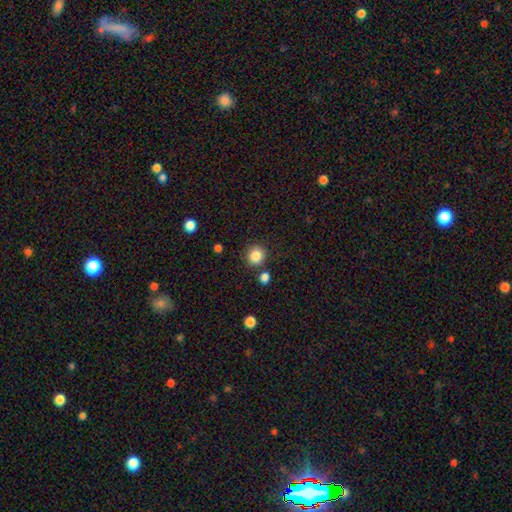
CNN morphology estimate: This appears to be a smooth galaxy with no disk features (85%) that is round (89%). Merging: none (84%).